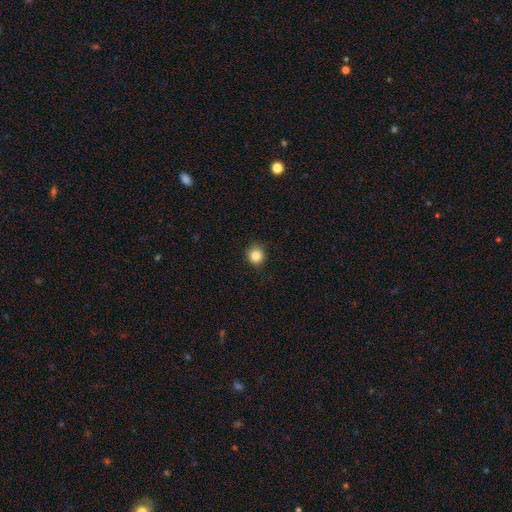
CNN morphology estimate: smooth_or_featured: smooth (p=0.85) [alt: star or artifact p=0.11]
how_rounded: round (p=0.92) [alt: in between p=0.07]
merging: none (p=0.90) [alt: minor disturbance p=0.07]